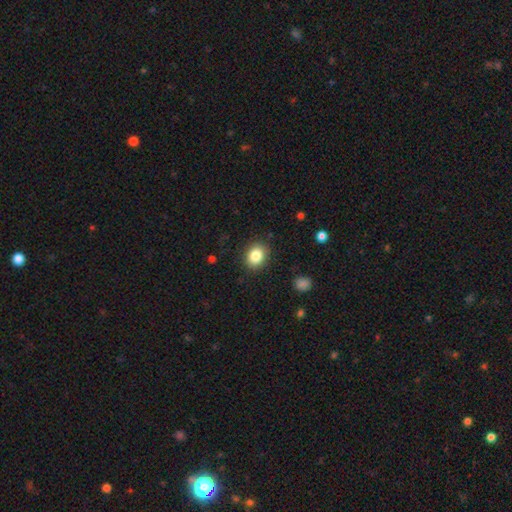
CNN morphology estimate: The model was most divided on "how rounded": round: 56%, in between: 43%, cigar-shaped: 1%. More confident: merging — none (87%); smooth or featured — smooth (85%).